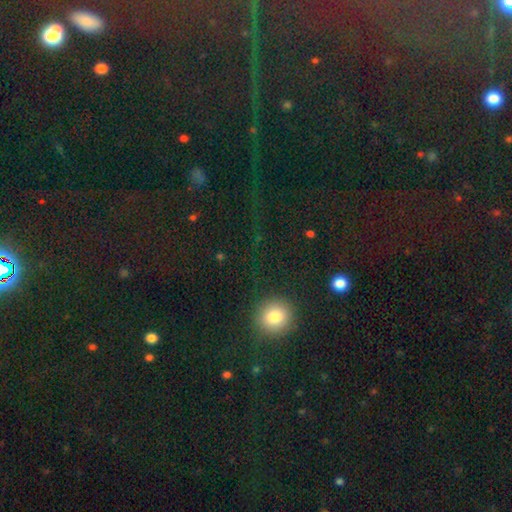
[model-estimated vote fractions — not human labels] Smooth or featured?
  - smooth: 55% *
  - star or artifact: 39%
  - featured or disk: 6%
How rounded?
  - round: 92% *
  - in between: 6%
  - cigar-shaped: 1%
Merging?
  - none: 91% *
  - minor disturbance: 5%
  - major disturbance: 2%
  - merger: 2%